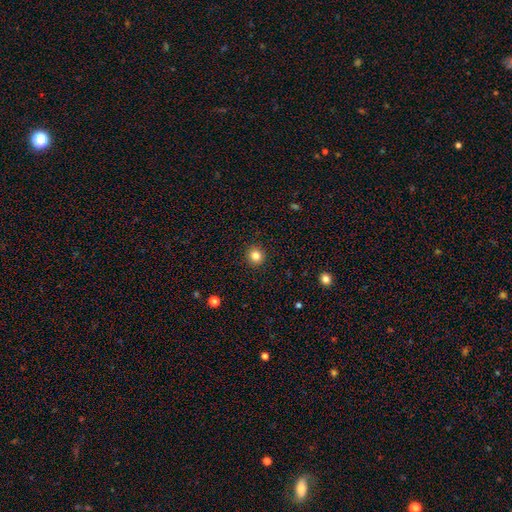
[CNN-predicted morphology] type=smooth (83%); roundness=round (93%); merging=none (93%).